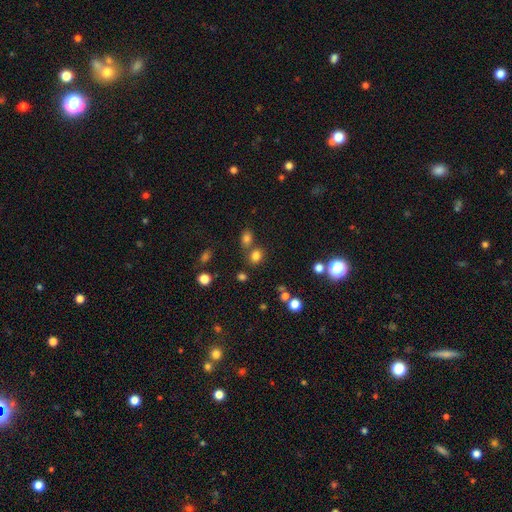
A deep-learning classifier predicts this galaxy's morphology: Smooth or featured? Predicted: smooth (p=0.76). How rounded? Predicted: round (p=0.65). Merging? Predicted: none (p=0.64).